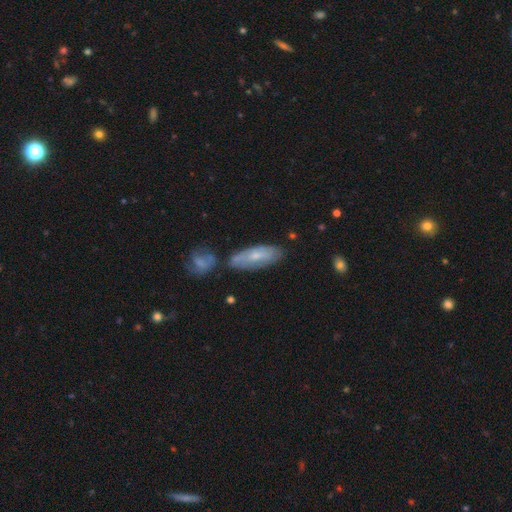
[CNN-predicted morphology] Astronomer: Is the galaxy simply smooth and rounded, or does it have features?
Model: smooth — 54% (runner-up: featured or disk, 39%).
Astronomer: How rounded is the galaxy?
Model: in between — 67%.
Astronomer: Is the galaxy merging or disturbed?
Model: none — 64%.